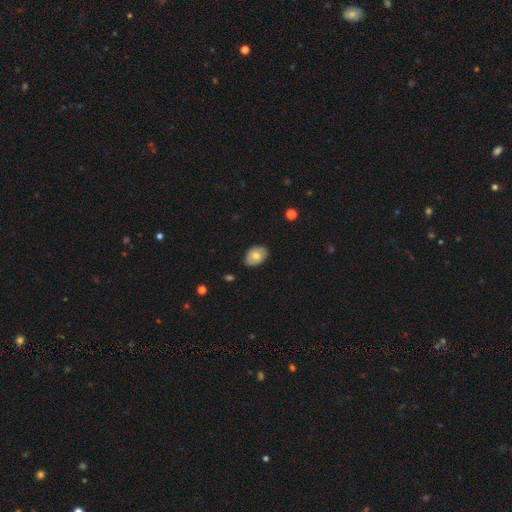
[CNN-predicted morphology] Smooth or featured?
  - smooth: 65% *
  - featured or disk: 28%
  - star or artifact: 7%
How rounded?
  - in between: 77% *
  - round: 22%
  - cigar-shaped: 1%
Merging?
  - none: 82% *
  - minor disturbance: 15%
  - major disturbance: 2%
  - merger: 1%